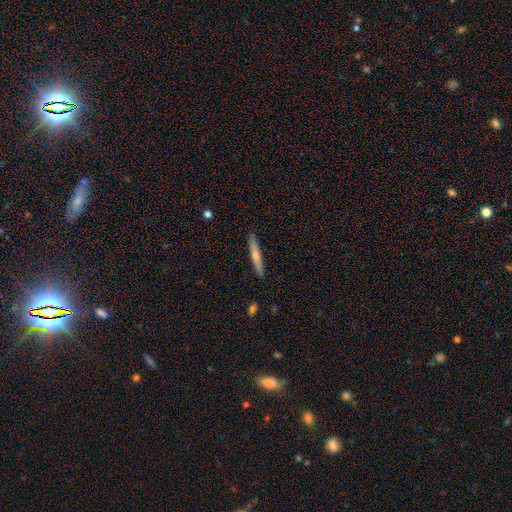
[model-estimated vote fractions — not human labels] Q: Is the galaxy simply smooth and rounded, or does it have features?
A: featured or disk — 50%.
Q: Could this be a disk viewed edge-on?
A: yes — 96%.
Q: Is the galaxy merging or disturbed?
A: none — 91%.